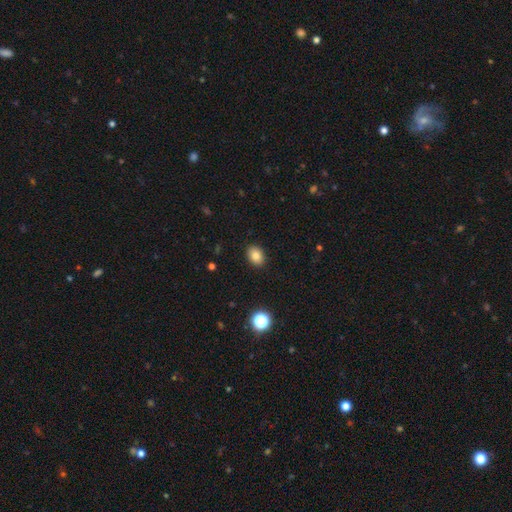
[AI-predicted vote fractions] Smooth or featured: smooth — 83% (star or artifact — 10%)
How rounded: in between — 72% (round — 27%)
Merging: none — 89% (minor disturbance — 8%)